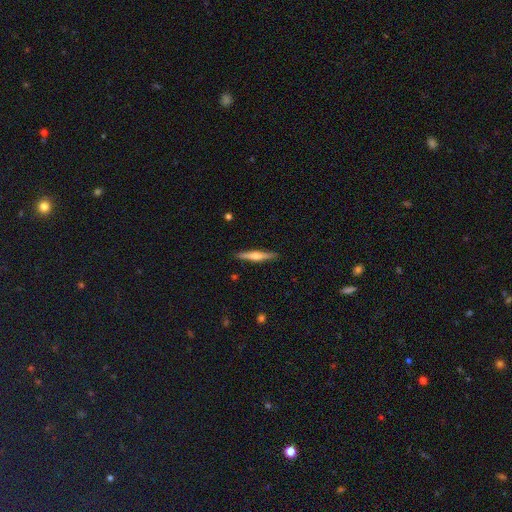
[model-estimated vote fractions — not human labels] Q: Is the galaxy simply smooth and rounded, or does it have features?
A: featured or disk — 61%.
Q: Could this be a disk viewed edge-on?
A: yes — 97%.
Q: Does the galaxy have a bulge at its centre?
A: rounded — 86%.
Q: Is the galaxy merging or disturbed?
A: none — 91%.